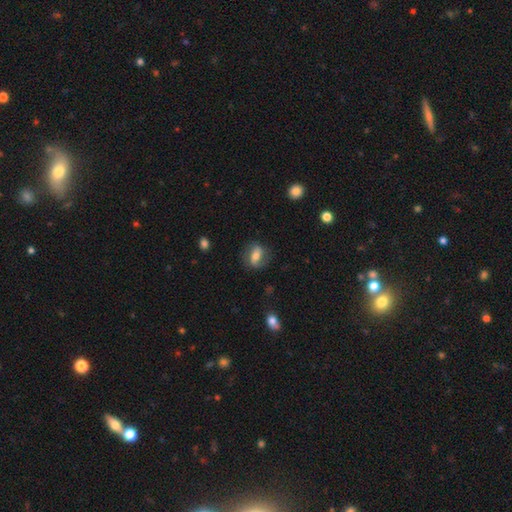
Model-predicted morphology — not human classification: The model was most divided on "smooth or featured": smooth: 49%, featured or disk: 43%, star or artifact: 8%. More confident: merging — none (74%).